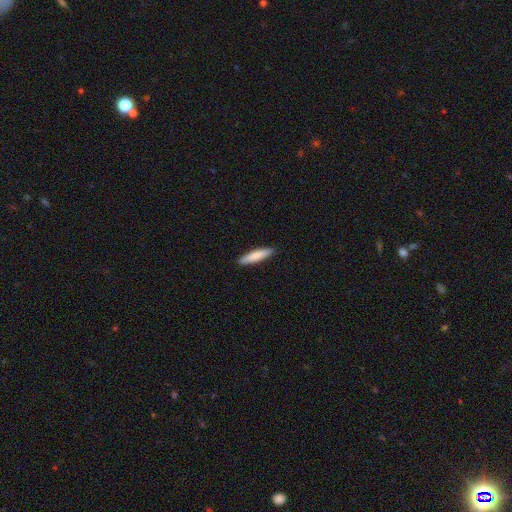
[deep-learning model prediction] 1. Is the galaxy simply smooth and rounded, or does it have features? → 82% smooth, 13% featured or disk, 5% star or artifact.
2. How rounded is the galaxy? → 86% cigar-shaped, 12% in between, 1% round.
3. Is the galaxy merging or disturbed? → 91% none, 7% minor disturbance, 1% major disturbance, 1% merger.